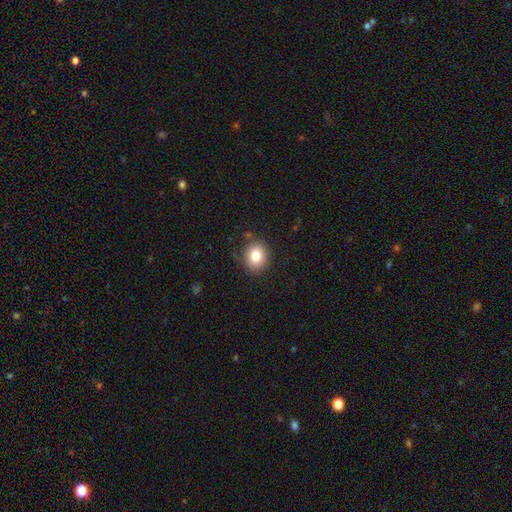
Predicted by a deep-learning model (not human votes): Q: Smooth or featured?
A: smooth (82%); runner-up: star or artifact (10%)
Q: How rounded?
A: round (66%); runner-up: in between (34%)
Q: Merging?
A: none (82%); runner-up: minor disturbance (13%)